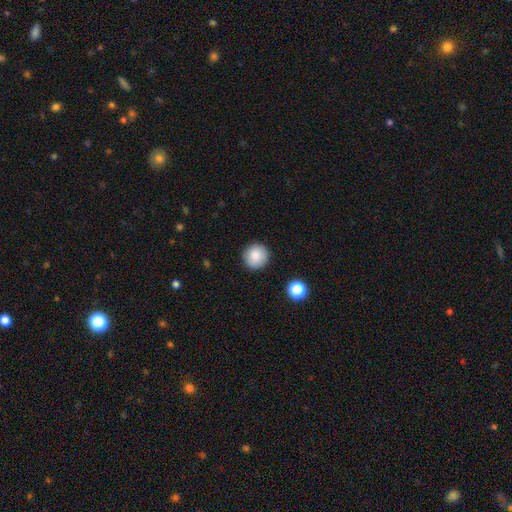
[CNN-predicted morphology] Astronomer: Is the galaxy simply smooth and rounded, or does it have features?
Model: smooth — 86%.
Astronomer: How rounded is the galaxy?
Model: round — 95%.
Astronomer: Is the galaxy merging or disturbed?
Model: none — 90%.